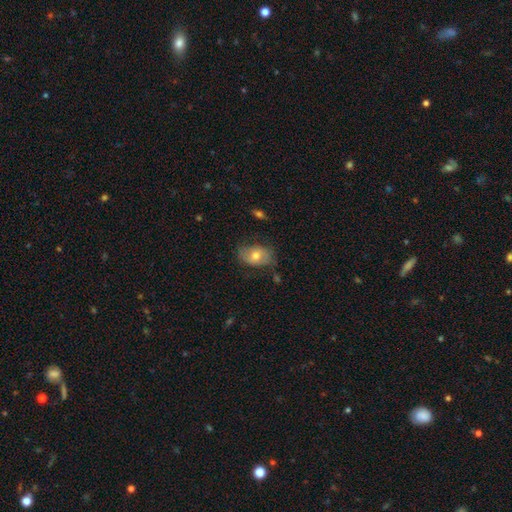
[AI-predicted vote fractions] Smooth or featured: smooth — 62% (featured or disk — 30%)
How rounded: in between — 84% (round — 15%)
Merging: none — 63% (minor disturbance — 27%)